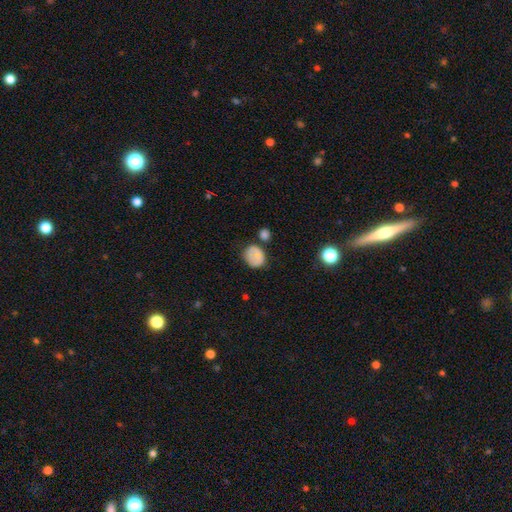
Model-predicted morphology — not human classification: Overall: smooth (76%). How rounded: round (57%; in between 42%). Merging: none (67%).